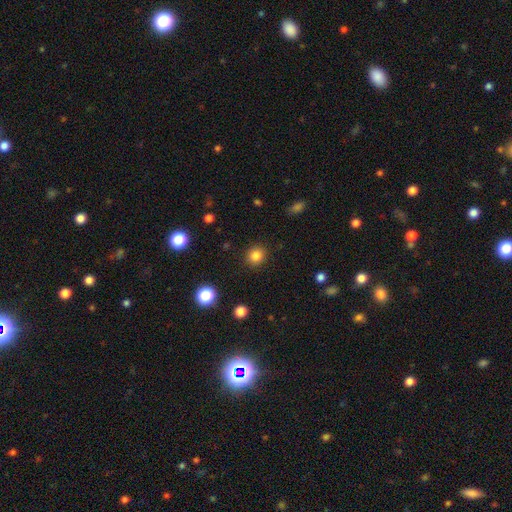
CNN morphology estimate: smooth-or-featured: smooth: 83% | star or artifact: 12% | featured or disk: 5%
  how-rounded: round: 86% | in between: 13% | cigar-shaped: 1%
  merging: none: 90% | minor disturbance: 6% | major disturbance: 2% | merger: 1%